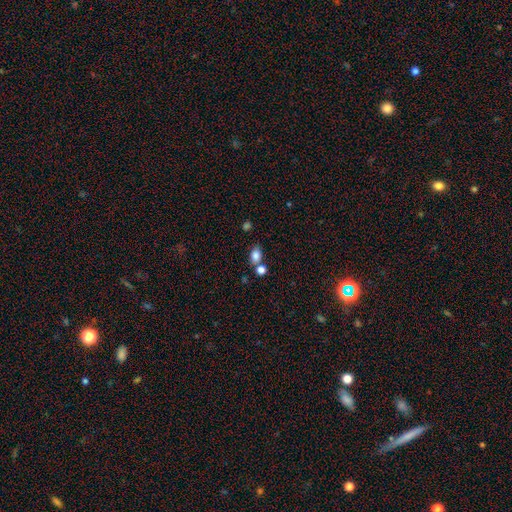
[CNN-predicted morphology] A smooth galaxy with no disk features (82%) that is in between round and cigar-shaped (78%). Merging: none (62%).